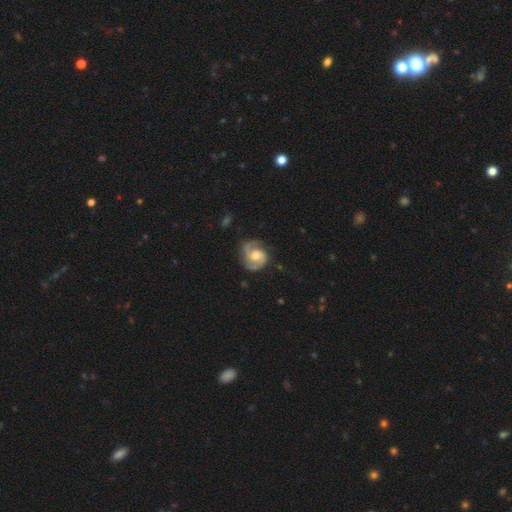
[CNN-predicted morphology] The model was most divided on "spiral winding": medium: 49%, tight: 36%, loose: 15%. More confident: edge-on disk — no (98%); spiral arms — yes (96%); spiral arm count — 2 (84%); smooth or featured — featured or disk (84%); merging — none (71%); bulge size — moderate (62%); bar — no (61%).